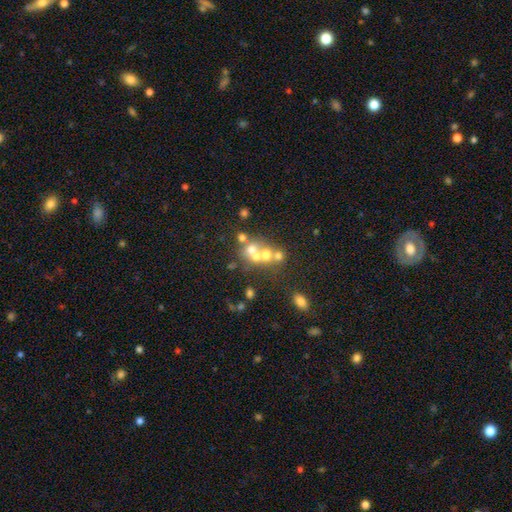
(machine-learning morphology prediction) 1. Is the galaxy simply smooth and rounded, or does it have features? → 48% smooth, 33% featured or disk, 19% star or artifact.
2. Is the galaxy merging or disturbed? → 52% merger, 34% none, 7% minor disturbance, 6% major disturbance.